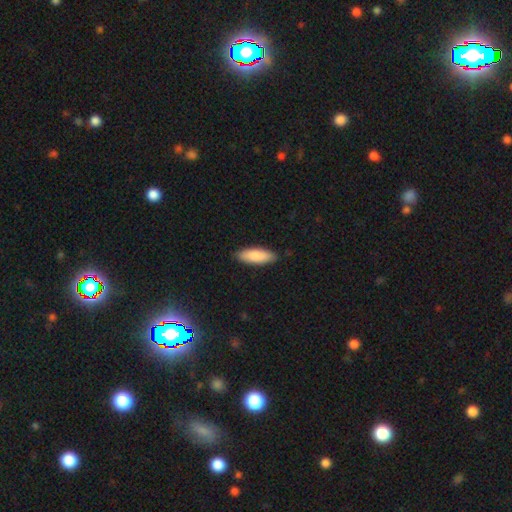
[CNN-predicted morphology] This appears to be a smooth galaxy with no disk features (86%) that is in between round and cigar-shaped (59%). Merging: none (88%).